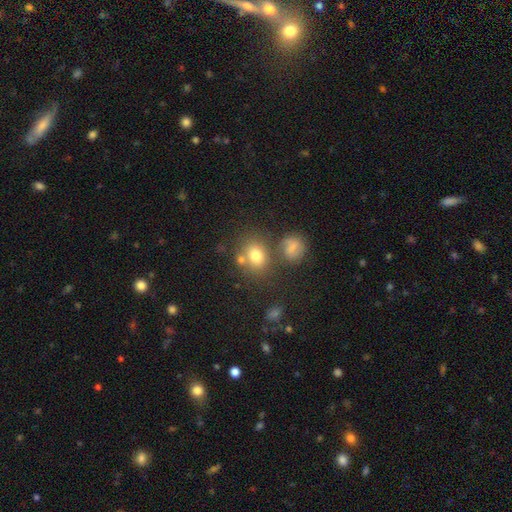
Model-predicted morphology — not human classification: Smooth or featured? smooth (76%)
How rounded? round (53%)
Merging? none (61%)